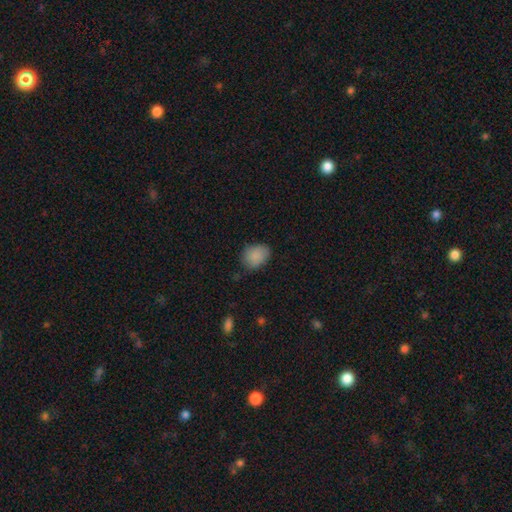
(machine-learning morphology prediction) Smooth or featured?
  - smooth: 87% *
  - star or artifact: 8%
  - featured or disk: 5%
How rounded?
  - in between: 62% *
  - round: 37%
  - cigar-shaped: 1%
Merging?
  - none: 71% *
  - minor disturbance: 24%
  - major disturbance: 4%
  - merger: 1%